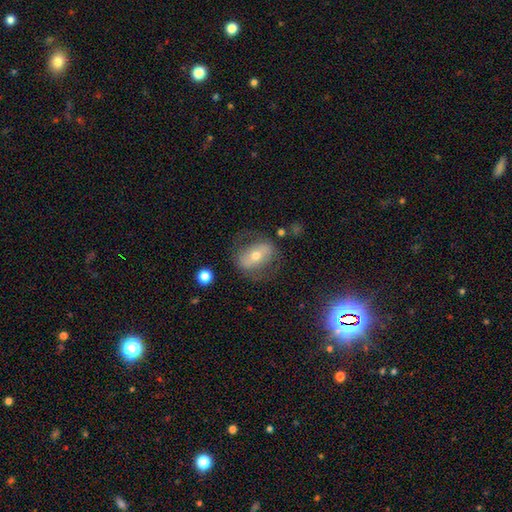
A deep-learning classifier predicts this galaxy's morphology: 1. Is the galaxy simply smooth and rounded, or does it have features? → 53% featured or disk, 38% smooth, 9% star or artifact.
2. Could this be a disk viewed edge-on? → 90% no, 10% yes.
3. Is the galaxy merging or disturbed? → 65% none, 18% minor disturbance, 14% major disturbance, 3% merger.